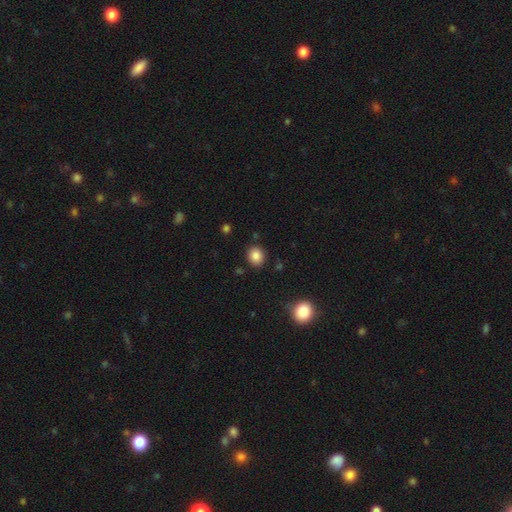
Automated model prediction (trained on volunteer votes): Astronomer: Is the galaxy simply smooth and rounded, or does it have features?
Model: smooth — 86%.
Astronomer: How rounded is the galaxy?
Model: round — 70%.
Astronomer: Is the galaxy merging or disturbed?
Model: none — 87%.